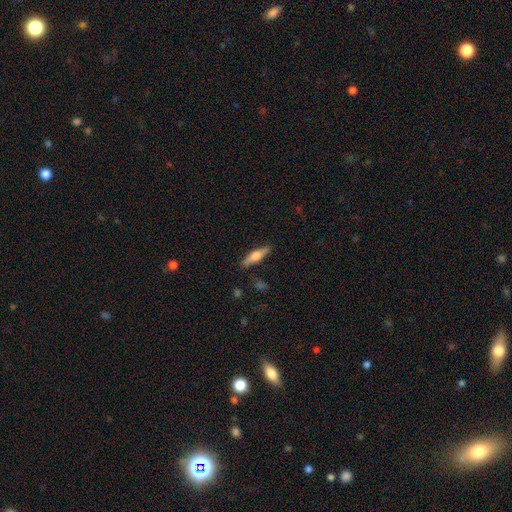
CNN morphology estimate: A featured or disk galaxy (49%). Merging: none (86%).